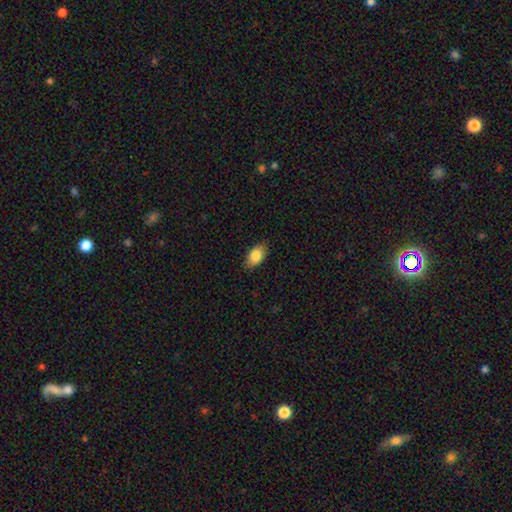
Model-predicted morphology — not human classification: This appears to be a smooth galaxy with no disk features (84%) that is in between round and cigar-shaped (91%). Merging: none (86%).